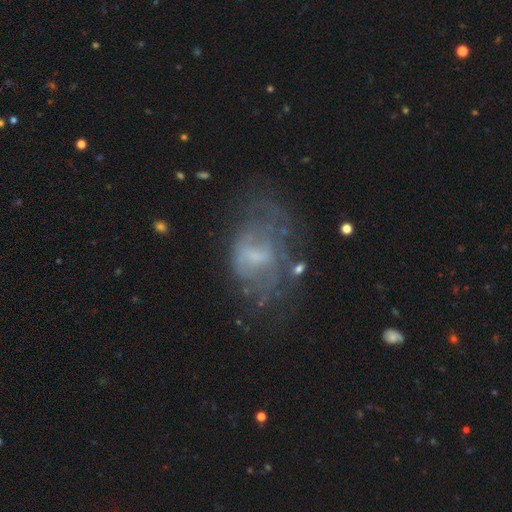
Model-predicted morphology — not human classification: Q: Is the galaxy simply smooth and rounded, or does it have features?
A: featured or disk — 61%.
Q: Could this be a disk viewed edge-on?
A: no — 96%.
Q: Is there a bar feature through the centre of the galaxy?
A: weak — 45%.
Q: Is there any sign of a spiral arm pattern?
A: no — 58%.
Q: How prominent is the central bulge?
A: small — 44%.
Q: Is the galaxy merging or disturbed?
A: none — 44%.